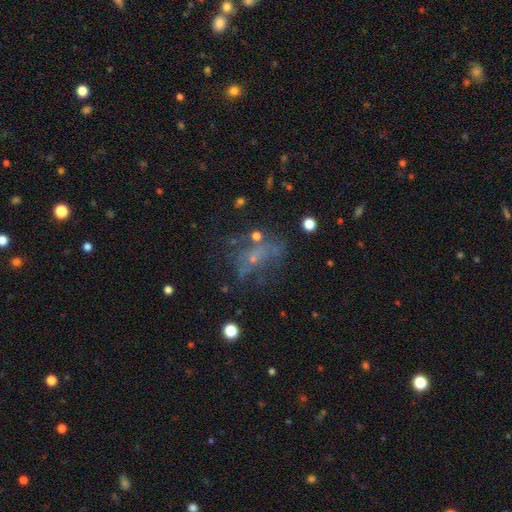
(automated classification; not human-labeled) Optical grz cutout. It shows a featured or disk galaxy (43%). Merging: none (40%).